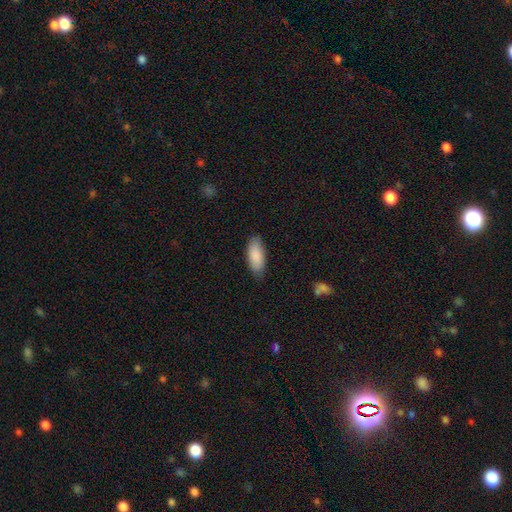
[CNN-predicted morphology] Overall: smooth (88%). How rounded: in between (83%). Merging: none (83%).